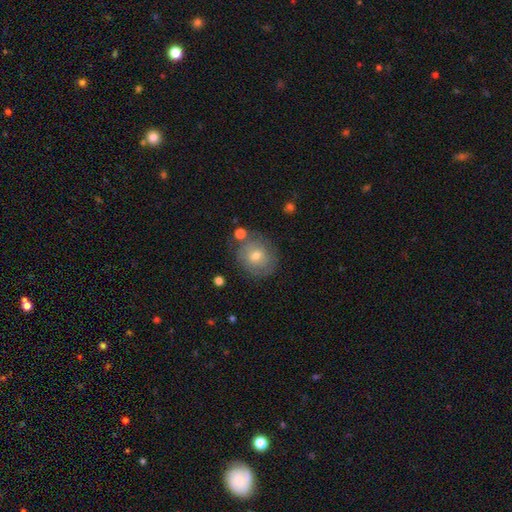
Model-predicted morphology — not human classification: smooth-or-featured: smooth: 62% | featured or disk: 29% | star or artifact: 9%
  how-rounded: round: 77% | in between: 22% | cigar-shaped: 1%
  merging: none: 72% | minor disturbance: 16% | merger: 7% | major disturbance: 6%